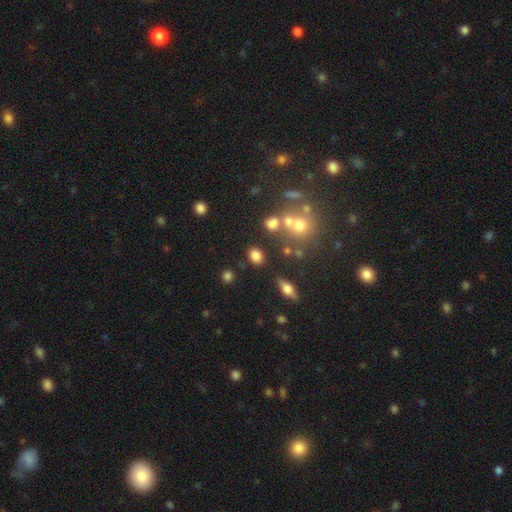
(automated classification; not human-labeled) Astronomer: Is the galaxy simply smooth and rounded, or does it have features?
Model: smooth — 78%.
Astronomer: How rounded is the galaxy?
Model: in between — 53% (runner-up: round, 44%).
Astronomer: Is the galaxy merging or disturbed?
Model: none — 79%.